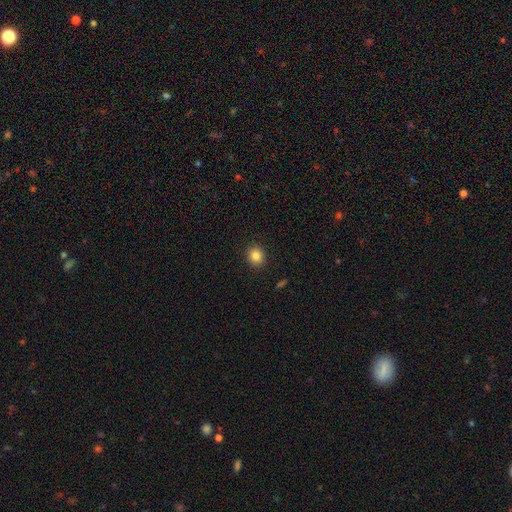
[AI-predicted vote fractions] Smooth or featured? smooth (84%)
How rounded? round (82%)
Merging? none (91%)